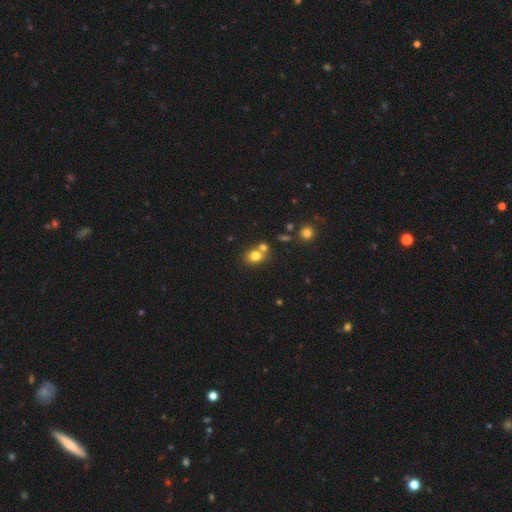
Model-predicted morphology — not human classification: smooth-or-featured: smooth: 77% | star or artifact: 13% | featured or disk: 10%
  how-rounded: round: 57% | in between: 42% | cigar-shaped: 1%
  merging: none: 53% | merger: 34% | minor disturbance: 10% | major disturbance: 3%